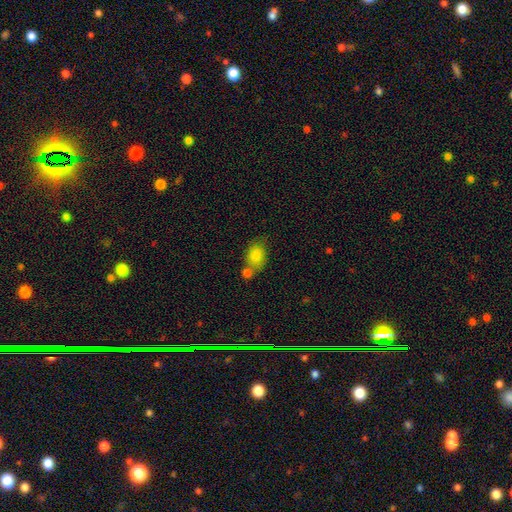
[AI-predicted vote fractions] A smooth galaxy with no disk features (84%) that is in between round and cigar-shaped (73%).

Vote fractions:
- Smooth or featured? smooth: 84% / star or artifact: 8% / featured or disk: 8%
- How rounded? in between: 73% / round: 26% / cigar-shaped: 1%
- Merging? none: 48% / merger: 31% / minor disturbance: 15% / major disturbance: 5%